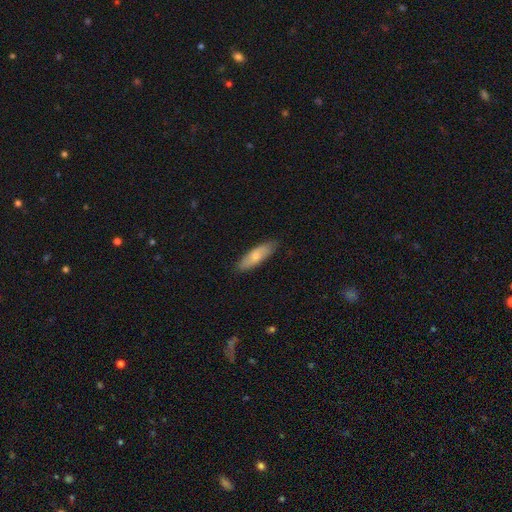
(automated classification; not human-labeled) Morphology: type=smooth (76%); roundness=in between (51%); merging=none (84%).